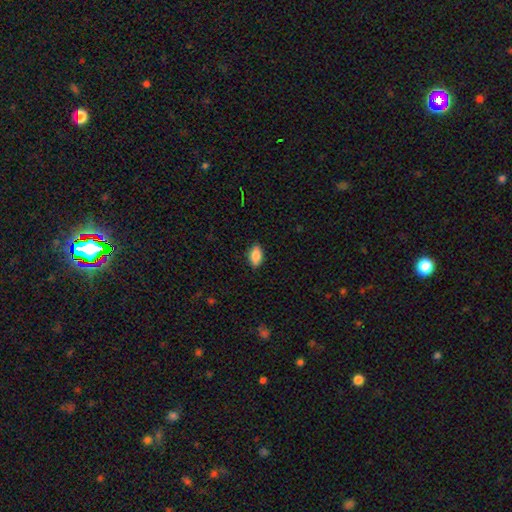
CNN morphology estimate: Smooth or featured: smooth — 85% (star or artifact — 8%)
How rounded: in between — 90% (round — 5%)
Merging: none — 86% (minor disturbance — 11%)